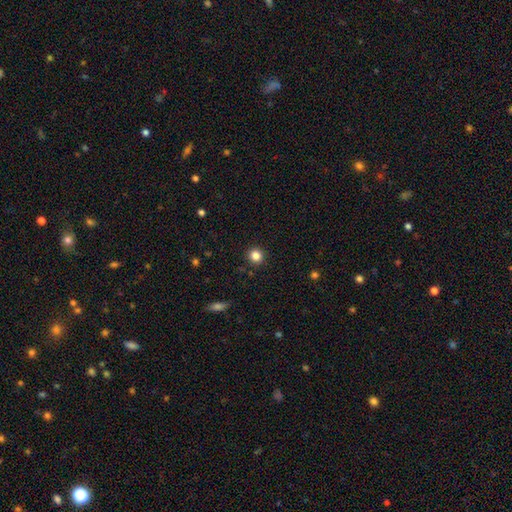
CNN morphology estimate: The model was most divided on "smooth or featured": smooth: 84%, star or artifact: 12%, featured or disk: 4%. More confident: how rounded — round (93%); merging — none (92%).